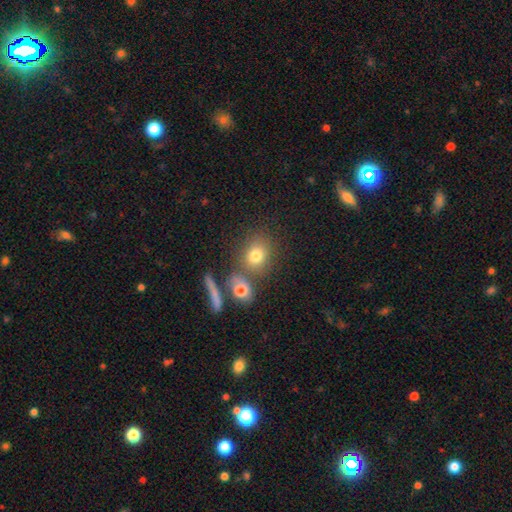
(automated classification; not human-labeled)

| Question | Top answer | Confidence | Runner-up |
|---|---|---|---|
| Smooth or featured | smooth | 76% | star or artifact (13%) |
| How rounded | round | 65% | in between (32%) |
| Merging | none | 64% | merger (19%) |